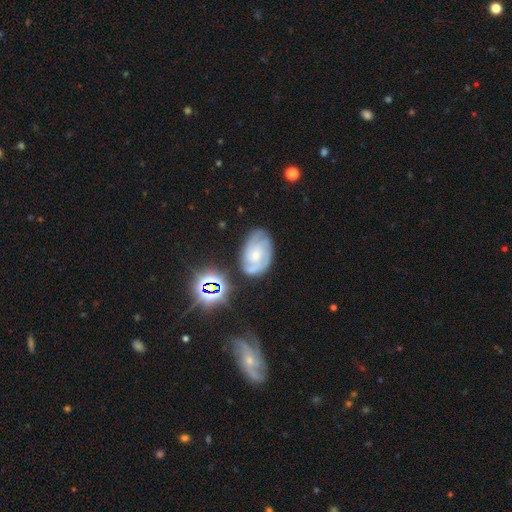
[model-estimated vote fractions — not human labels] smooth_or_featured: featured or disk (p=0.67) [alt: smooth p=0.21]
disk_edge_on: no (p=0.97) [alt: yes p=0.03]
bar: no (p=0.73) [alt: weak p=0.23]
has_spiral_arms: yes (p=0.87) [alt: no p=0.13]
spiral_winding: tight (p=0.58) [alt: medium p=0.33]
spiral_arm_count: can't tell (p=0.38) [alt: 2 p=0.25]
bulge_size: small (p=0.58) [alt: moderate p=0.34]
merging: none (p=0.62) [alt: minor disturbance p=0.24]